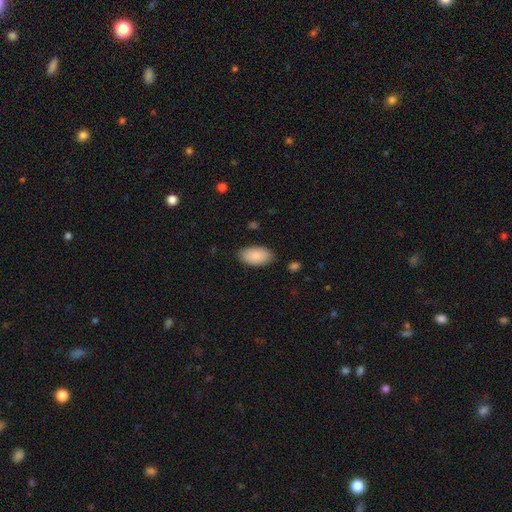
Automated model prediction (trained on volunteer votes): Overall: smooth (88%). How rounded: in between (95%). Merging: none (85%).